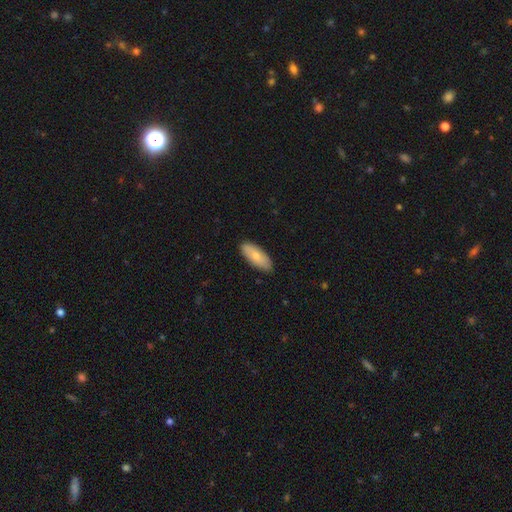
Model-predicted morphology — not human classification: Smooth or featured? Predicted: smooth (p=0.77). How rounded? Predicted: in between (p=0.80). Merging? Predicted: none (p=0.86).